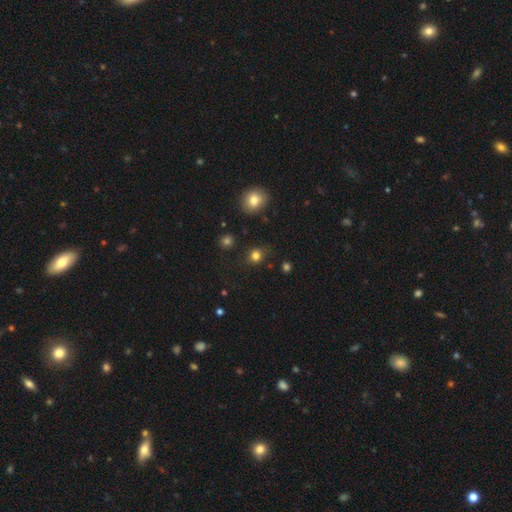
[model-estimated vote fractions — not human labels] A smooth galaxy with no disk features (80%) that is round (78%).

Vote fractions:
- Smooth or featured? smooth: 80% / star or artifact: 15% / featured or disk: 5%
- How rounded? round: 78% / in between: 21% / cigar-shaped: 1%
- Merging? none: 79% / minor disturbance: 14% / major disturbance: 5% / merger: 2%